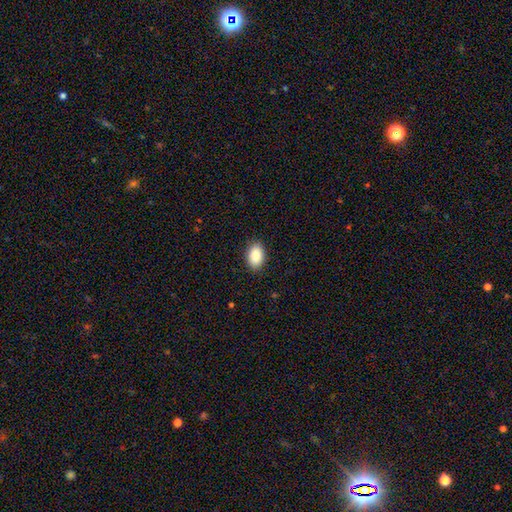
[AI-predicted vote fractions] smooth 88%, star or artifact 7%, featured or disk 5%. Down the decision tree: how rounded — in between (91%); merging — none (89%).